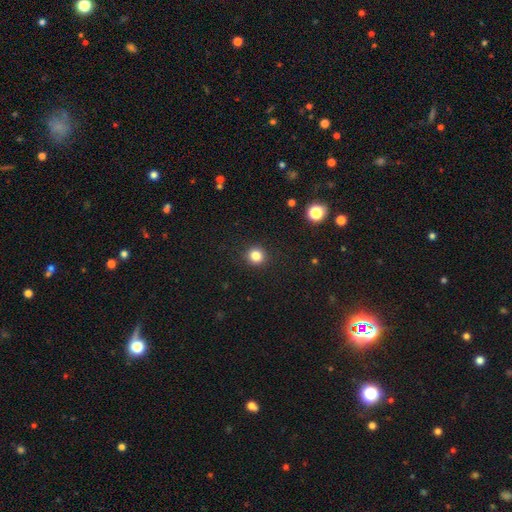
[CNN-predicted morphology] smooth-or-featured: smooth: 83% | star or artifact: 12% | featured or disk: 4%
  how-rounded: round: 92% | in between: 7% | cigar-shaped: 1%
  merging: none: 92% | minor disturbance: 5% | major disturbance: 2% | merger: 1%